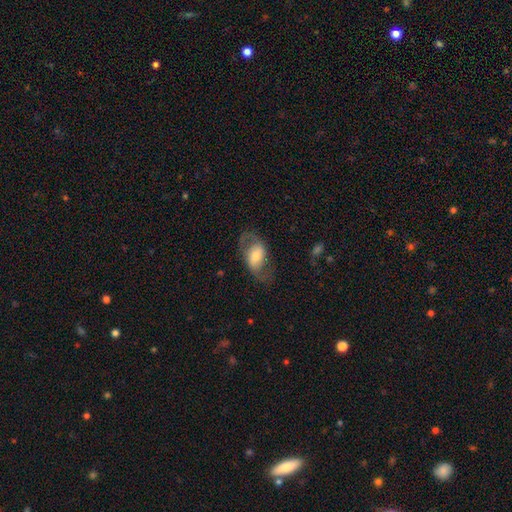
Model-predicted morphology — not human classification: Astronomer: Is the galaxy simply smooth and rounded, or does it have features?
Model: featured or disk — 61%.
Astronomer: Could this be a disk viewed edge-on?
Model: no — 94%.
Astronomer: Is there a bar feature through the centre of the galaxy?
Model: no — 39% (runner-up: weak, 38%).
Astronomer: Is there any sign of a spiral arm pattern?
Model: yes — 80%.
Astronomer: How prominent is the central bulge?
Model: moderate — 49% (runner-up: small, 32%).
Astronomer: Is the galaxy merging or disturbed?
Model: none — 64%.